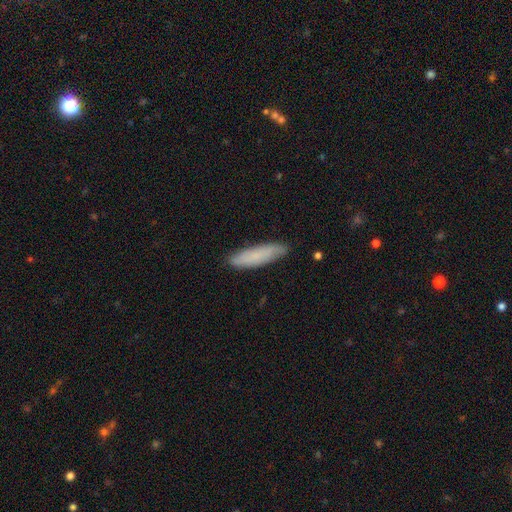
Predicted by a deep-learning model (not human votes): A smooth galaxy with no disk features (75%) that is cigar-shaped (73%).

Vote fractions:
- Smooth or featured? smooth: 75% / featured or disk: 18% / star or artifact: 7%
- How rounded? cigar-shaped: 73% / in between: 26% / round: 1%
- Merging? none: 86% / minor disturbance: 11% / major disturbance: 2% / merger: 1%